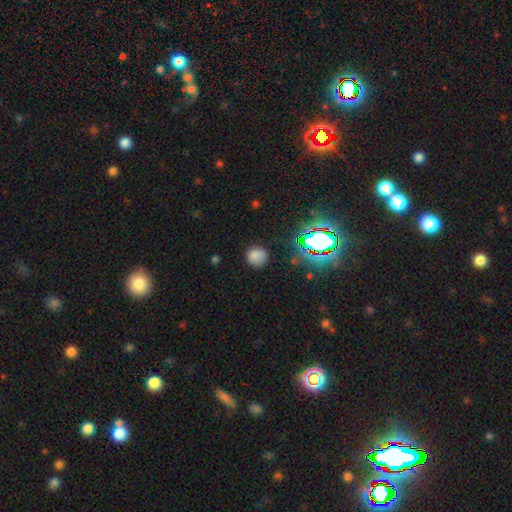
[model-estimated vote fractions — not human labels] Smooth or featured?
  - smooth: 75% *
  - star or artifact: 18%
  - featured or disk: 7%
How rounded?
  - round: 87% *
  - in between: 11%
  - cigar-shaped: 1%
Merging?
  - none: 81% *
  - minor disturbance: 13%
  - major disturbance: 4%
  - merger: 2%